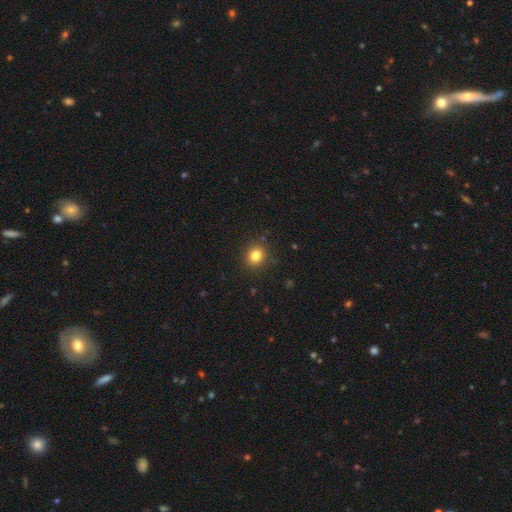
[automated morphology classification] This is clearly a smooth galaxy (81%). How rounded: clearly round (82%). Merging: clearly none (90%).